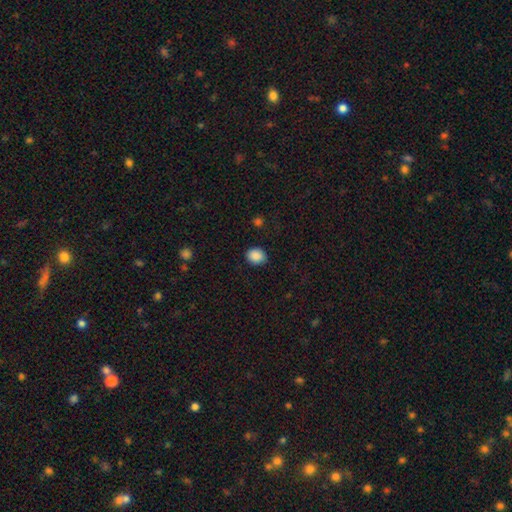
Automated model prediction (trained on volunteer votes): Smooth or featured: smooth — 88% (star or artifact — 9%)
How rounded: round — 59% (in between — 40%)
Merging: none — 84% (minor disturbance — 12%)